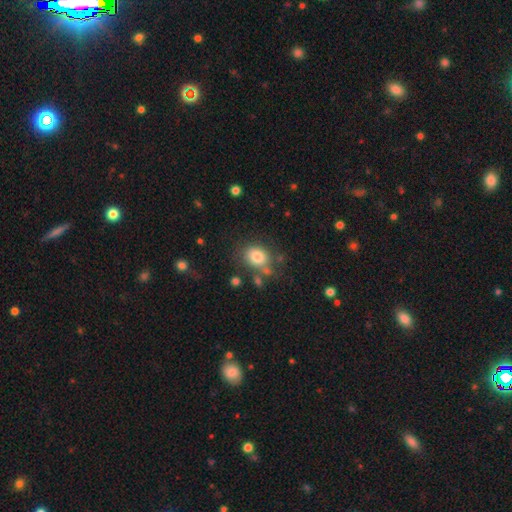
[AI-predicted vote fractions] The model was most divided on "how rounded": round: 55%, in between: 44%, cigar-shaped: 1%. More confident: smooth or featured — smooth (80%); merging — none (71%).